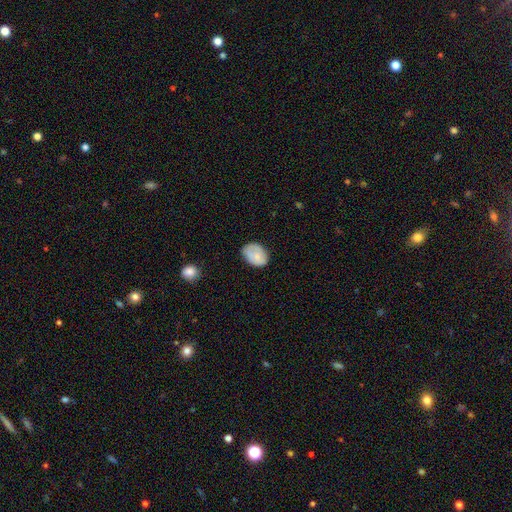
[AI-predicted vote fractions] Smooth or featured?
  - smooth: 77% *
  - featured or disk: 15%
  - star or artifact: 7%
How rounded?
  - in between: 78% *
  - round: 21%
  - cigar-shaped: 1%
Merging?
  - none: 63% *
  - minor disturbance: 28%
  - major disturbance: 7%
  - merger: 2%